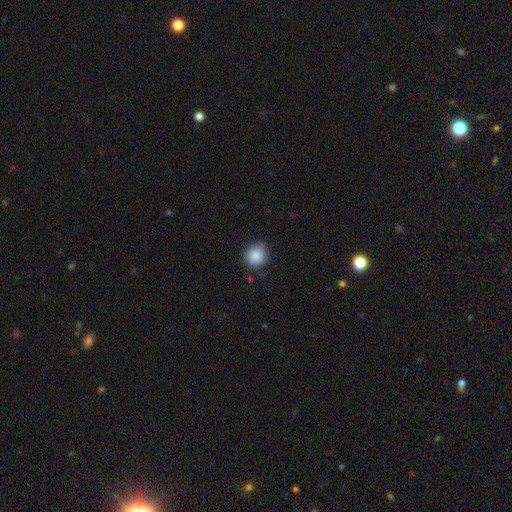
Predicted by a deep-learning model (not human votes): This appears to be a smooth galaxy with no disk features (87%) that is round (87%). Merging: none (75%).